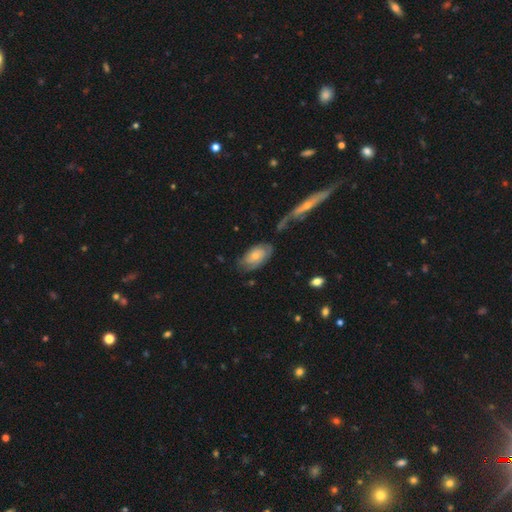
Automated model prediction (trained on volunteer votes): This appears to be a featured or disk galaxy (52%). Merging: none (56%).